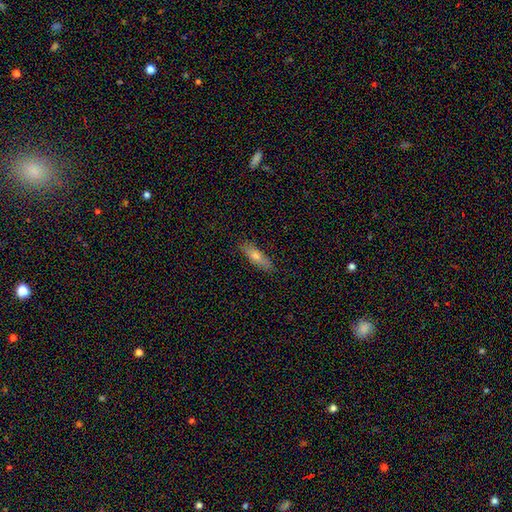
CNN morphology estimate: A smooth galaxy with no disk features (62%) that is cigar-shaped (60%). Merging: none (85%).